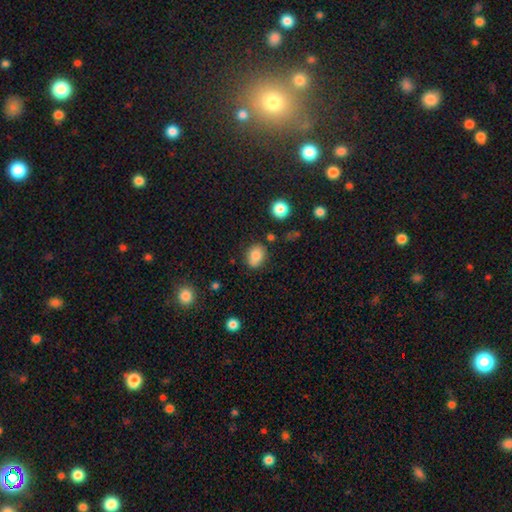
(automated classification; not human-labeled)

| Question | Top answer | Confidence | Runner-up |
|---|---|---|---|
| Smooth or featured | smooth | 82% | star or artifact (10%) |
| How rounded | in between | 55% | round (44%) |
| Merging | none | 75% | minor disturbance (16%) |